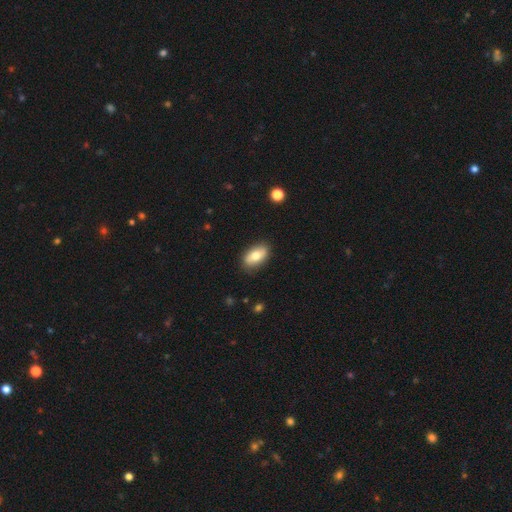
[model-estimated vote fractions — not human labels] Morphology: type=smooth (70%); roundness=in between (91%); merging=none (85%).